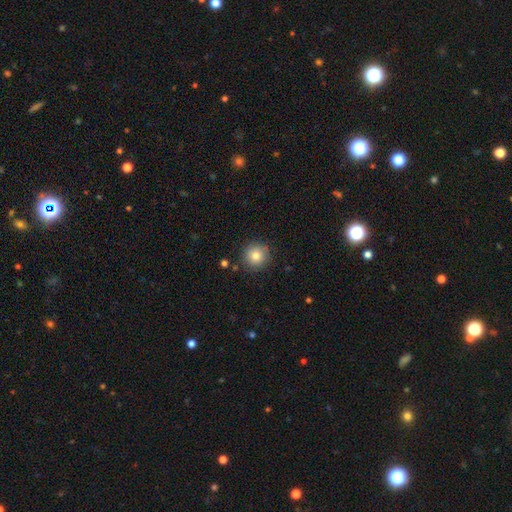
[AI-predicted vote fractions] This appears to be a smooth galaxy with no disk features (81%) that is round (95%). Merging: none (87%).